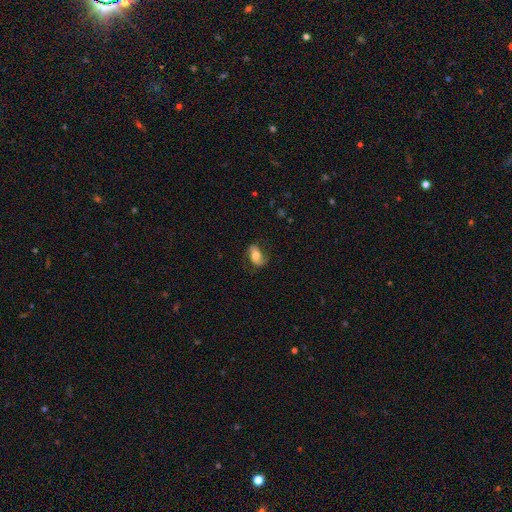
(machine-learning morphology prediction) Smooth or featured?
  - featured or disk: 46% * (tied)
  - smooth: 46% * (tied)
  - star or artifact: 8%
Merging?
  - none: 65% *
  - minor disturbance: 22%
  - major disturbance: 11%
  - merger: 1%